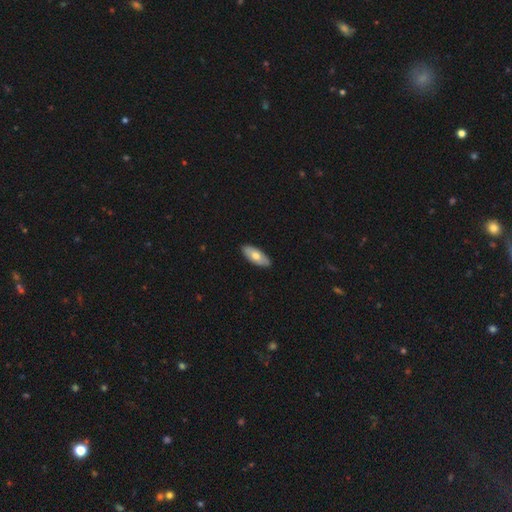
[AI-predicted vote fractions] Overall: smooth (63%; featured or disk 32%). How rounded: in between (88%). Merging: none (88%).